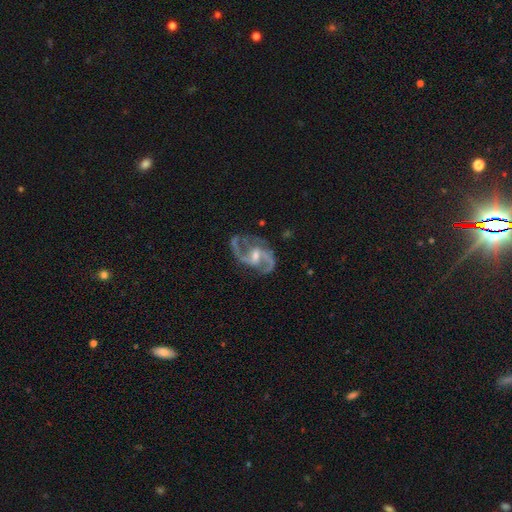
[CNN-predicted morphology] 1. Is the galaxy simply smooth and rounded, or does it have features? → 92% featured or disk, 5% star or artifact, 3% smooth.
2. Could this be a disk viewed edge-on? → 98% no, 2% yes.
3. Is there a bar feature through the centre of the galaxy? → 52% weak, 25% no, 23% strong.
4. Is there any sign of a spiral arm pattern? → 98% yes, 2% no.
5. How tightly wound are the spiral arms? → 58% medium, 29% loose, 13% tight.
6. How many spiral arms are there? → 85% 2, 6% 3, 3% can't tell, 2% 1, 2% 4, 2% more than 4.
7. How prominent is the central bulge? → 48% moderate, 45% small, 4% none, 2% large, 1% dominant.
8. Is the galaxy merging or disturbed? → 69% none, 18% minor disturbance, 11% major disturbance, 2% merger.